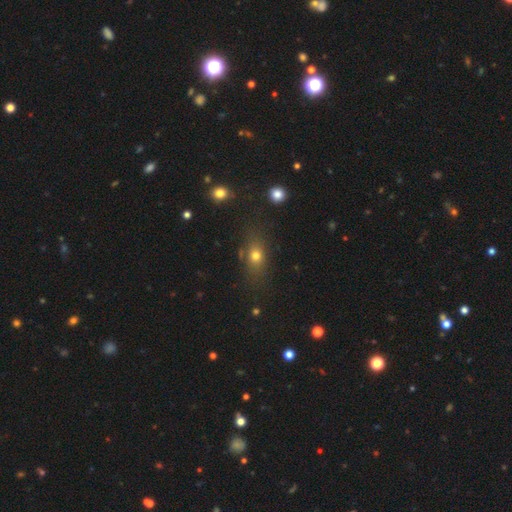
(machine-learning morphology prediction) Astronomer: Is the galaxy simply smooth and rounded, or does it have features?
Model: smooth — 71%.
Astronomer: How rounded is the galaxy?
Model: in between — 60%.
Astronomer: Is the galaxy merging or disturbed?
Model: none — 73%.